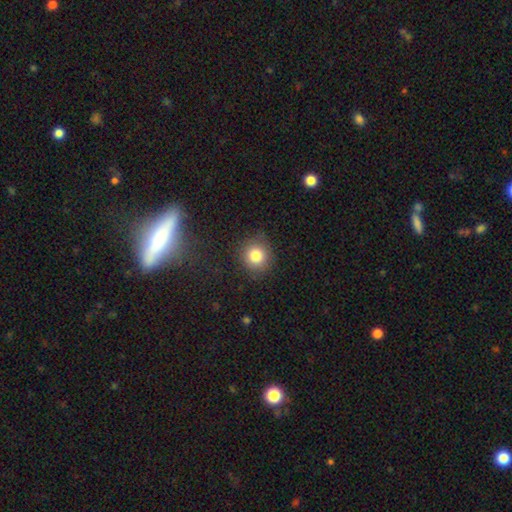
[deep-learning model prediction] Smooth or featured? Predicted: smooth (p=0.82). How rounded? Predicted: round (p=0.88). Merging? Predicted: none (p=0.85).